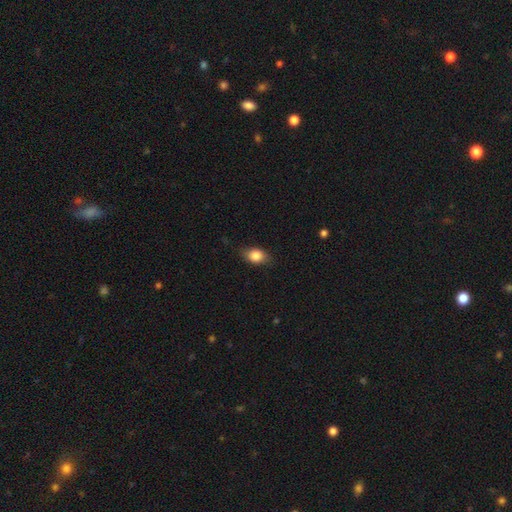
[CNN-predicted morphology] The model was most divided on "how rounded": in between: 75%, round: 22%, cigar-shaped: 3%. More confident: smooth or featured — smooth (83%); merging — none (79%).